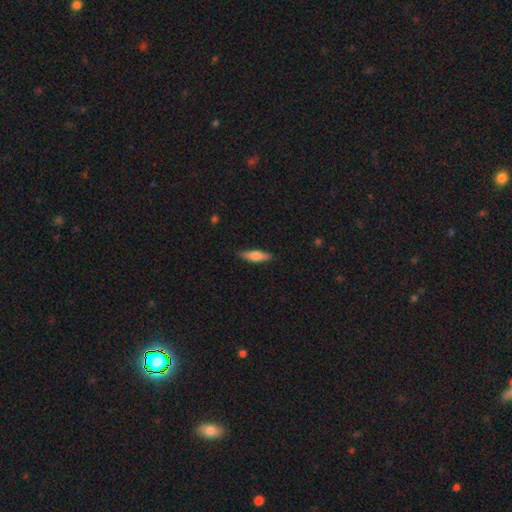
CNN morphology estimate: A smooth galaxy with no disk features (61%) that is cigar-shaped (64%).

Vote fractions:
- Smooth or featured? smooth: 61% / featured or disk: 33% / star or artifact: 6%
- How rounded? cigar-shaped: 64% / in between: 34% / round: 2%
- Merging? none: 87% / minor disturbance: 10% / major disturbance: 2% / merger: 1%